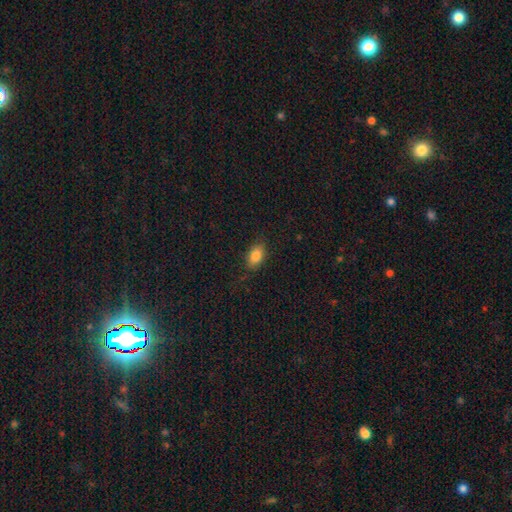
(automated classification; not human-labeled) Smooth or featured?
  - smooth: 84% *
  - star or artifact: 9%
  - featured or disk: 7%
How rounded?
  - in between: 88% *
  - round: 9%
  - cigar-shaped: 3%
Merging?
  - none: 81% *
  - minor disturbance: 14%
  - major disturbance: 4%
  - merger: 1%